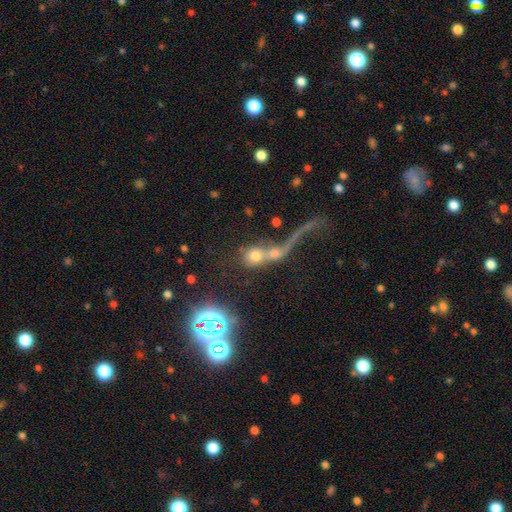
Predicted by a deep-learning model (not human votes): Smooth or featured: smooth — 51% (featured or disk — 27%)
How rounded: round — 69% (in between — 26%)
Merging: merger — 64% (none — 17%)